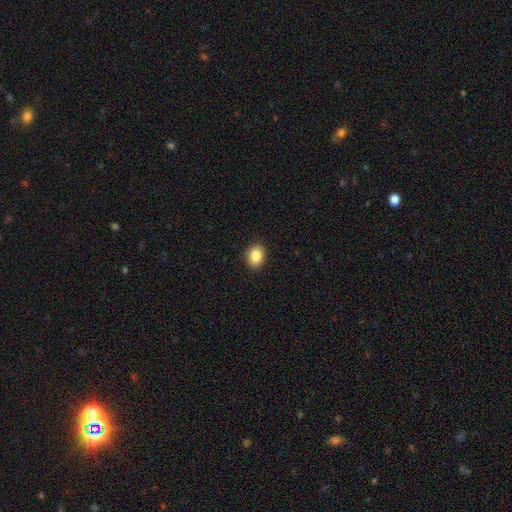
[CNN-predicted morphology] A smooth galaxy with no disk features (87%) that is in between round and cigar-shaped (69%). Merging: none (90%).